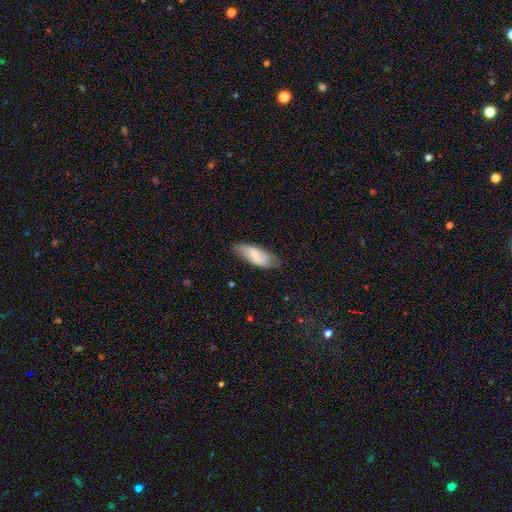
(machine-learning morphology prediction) This is likely a smooth galaxy (69%). How rounded: likely in between (77%). Merging: likely none (61%).